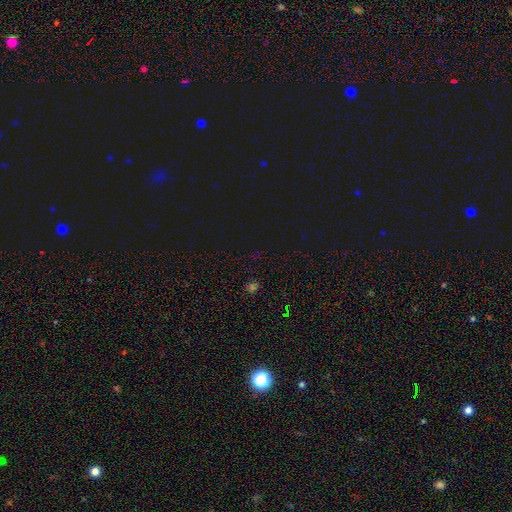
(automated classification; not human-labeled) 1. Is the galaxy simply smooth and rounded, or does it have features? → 74% star or artifact, 20% smooth, 6% featured or disk.